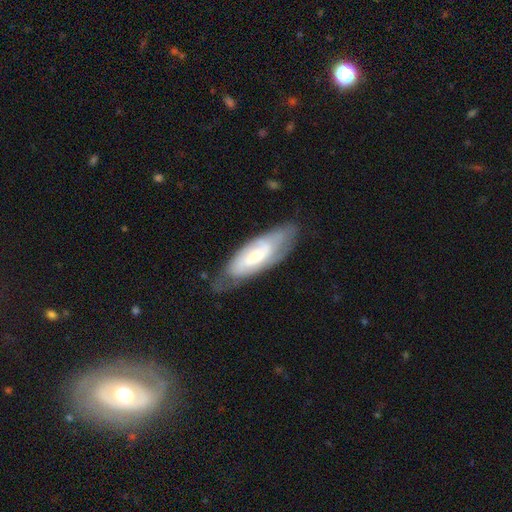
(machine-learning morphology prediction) This is likely a featured or disk galaxy (61%). It is clearly not viewed edge-on (83%). Bar: possibly no (56%). Spiral arm pattern: clearly yes (81%). Central bulge: marginally small (43%). Merging: likely none (65%).